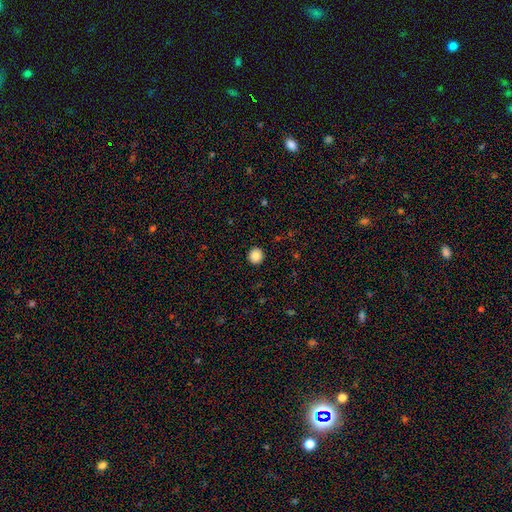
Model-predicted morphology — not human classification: This is clearly a smooth galaxy (87%). How rounded: clearly round (92%). Merging: clearly none (93%).